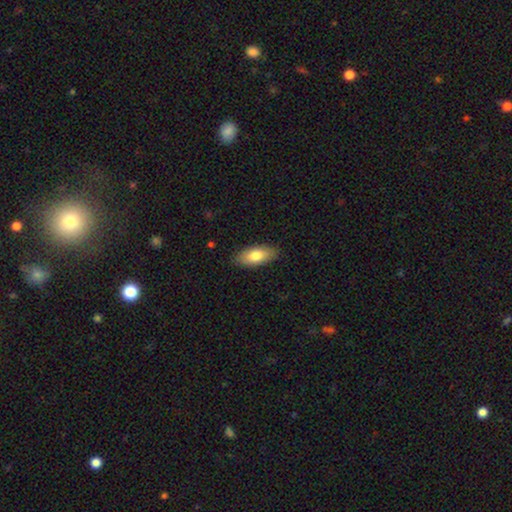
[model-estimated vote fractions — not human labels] smooth_or_featured: smooth (p=0.78) [alt: featured or disk p=0.16]
how_rounded: in between (p=0.86) [alt: cigar-shaped p=0.12]
merging: none (p=0.87) [alt: minor disturbance p=0.10]